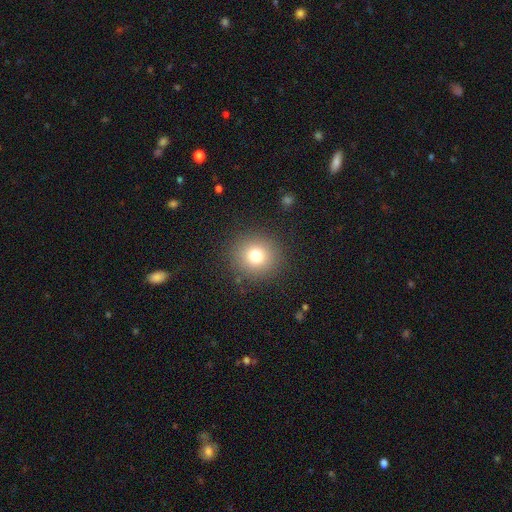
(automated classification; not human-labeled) Smooth or featured: smooth — 76% (star or artifact — 14%)
How rounded: round — 93% (in between — 6%)
Merging: none — 89% (minor disturbance — 6%)